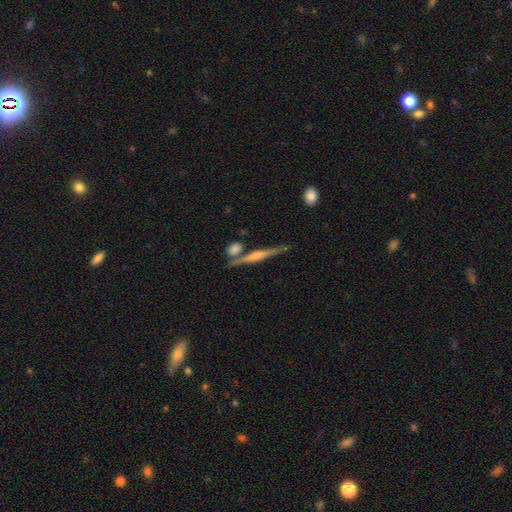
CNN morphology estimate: The model was most divided on "edge-on bulge": rounded: 48%, none: 28%, boxy: 24%. More confident: edge-on disk — yes (96%); merging — none (73%); smooth or featured — featured or disk (66%).